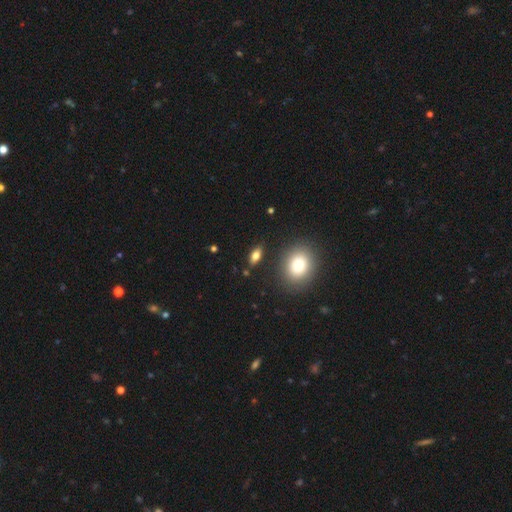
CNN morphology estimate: Smooth or featured: smooth — 73% (featured or disk — 17%)
How rounded: in between — 79% (cigar-shaped — 12%)
Merging: none — 85% (minor disturbance — 9%)